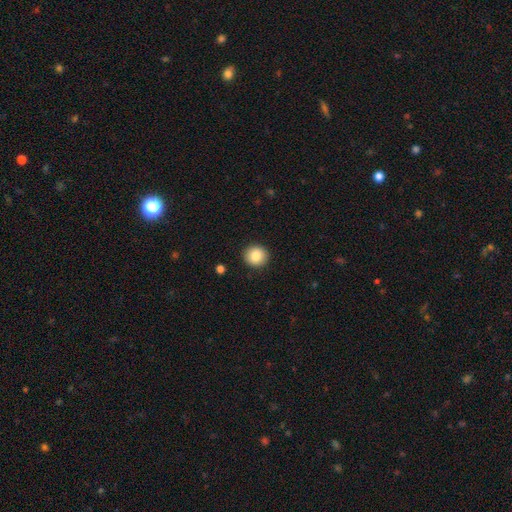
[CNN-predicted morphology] type=smooth (85%); roundness=round (91%); merging=none (92%).